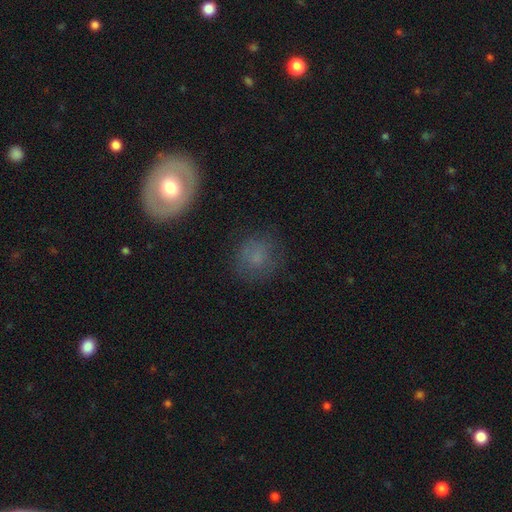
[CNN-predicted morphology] smooth 67%, featured or disk 18%, star or artifact 15%. Down the decision tree: how rounded — round (82%); merging — none (75%).